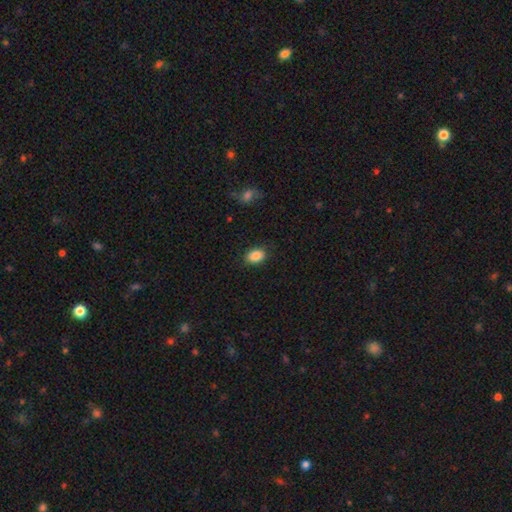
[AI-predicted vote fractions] Overall: smooth (88%). How rounded: in between (81%). Merging: none (86%).